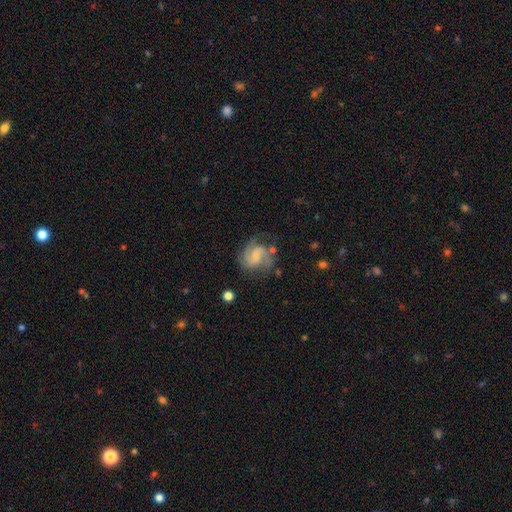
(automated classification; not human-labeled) This is clearly a featured or disk galaxy (82%). It is clearly not viewed edge-on (98%). Bar: possibly weak (48%). Spiral arm pattern: clearly yes (96%). Spiral arm count: likely 2 (61%). Spiral winding: possibly medium (51%). Central bulge: possibly small (55%). Merging: likely none (63%).